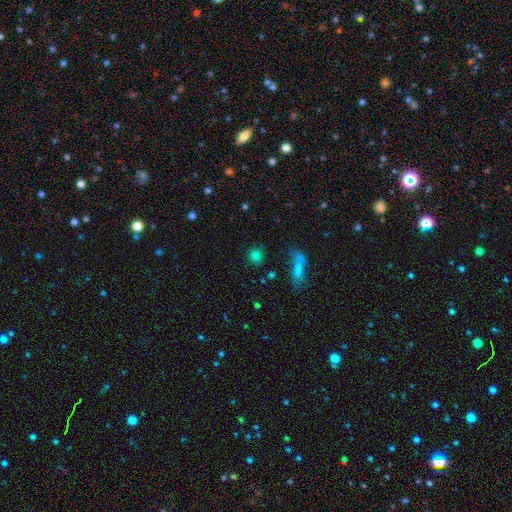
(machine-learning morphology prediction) smooth 78%, star or artifact 14%, featured or disk 8%. Down the decision tree: how rounded — round (84%); merging — none (78%).